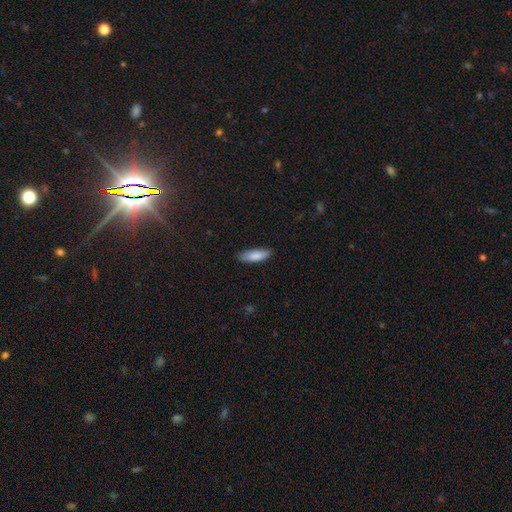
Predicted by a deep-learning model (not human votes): Smooth or featured? smooth (86%)
How rounded? in between (56%)
Merging? none (85%)